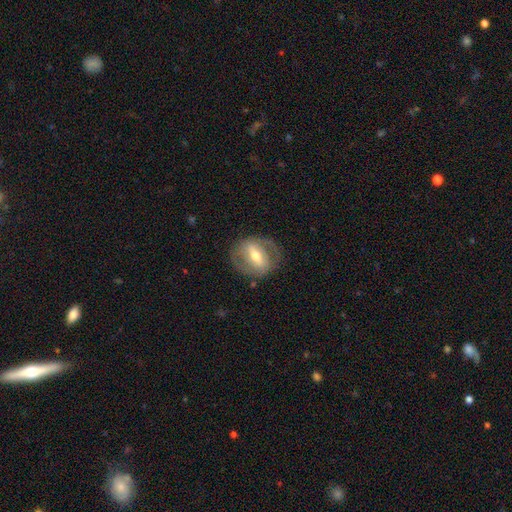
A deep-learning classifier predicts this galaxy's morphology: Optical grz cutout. It shows a featured or disk galaxy (68%) with a strong bar (56%), spiral arms (53%) and a moderate central bulge (67%). Merging: none (76%).